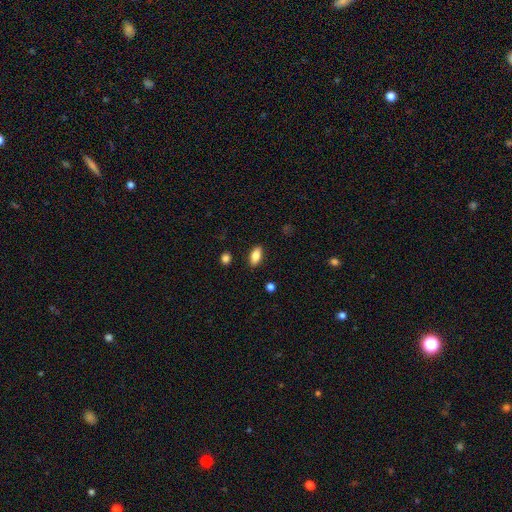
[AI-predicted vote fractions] Overall: smooth (85%). How rounded: in between (88%). Merging: none (88%).